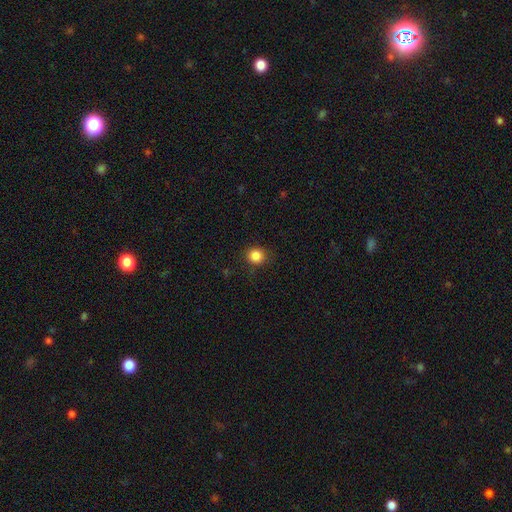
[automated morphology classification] Smooth or featured? smooth (85%)
How rounded? round (86%)
Merging? none (86%)